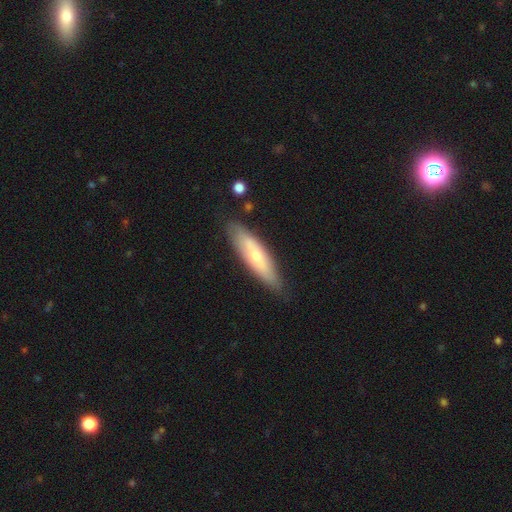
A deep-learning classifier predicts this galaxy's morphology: Smooth or featured? Predicted: smooth (p=0.54). How rounded? Predicted: cigar-shaped (p=0.66). Merging? Predicted: none (p=0.82).